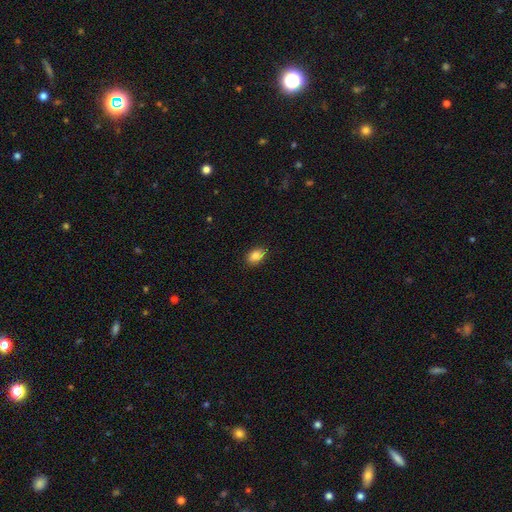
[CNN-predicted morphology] This is clearly a smooth galaxy (86%). How rounded: likely in between (80%). Merging: clearly none (87%).